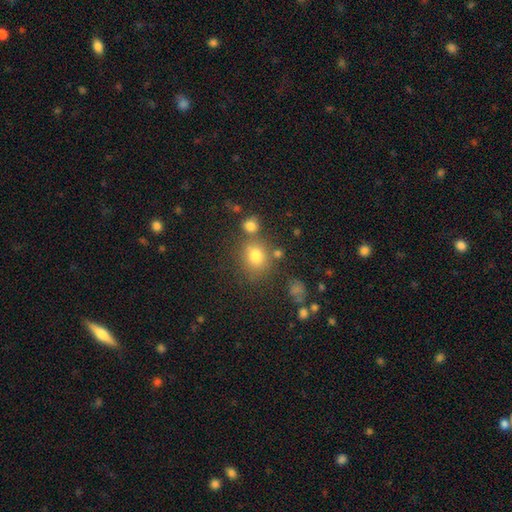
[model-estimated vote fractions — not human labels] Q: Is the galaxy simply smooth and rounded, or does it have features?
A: smooth — 74%.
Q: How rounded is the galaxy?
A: round — 77%.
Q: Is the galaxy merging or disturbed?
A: none — 67%.